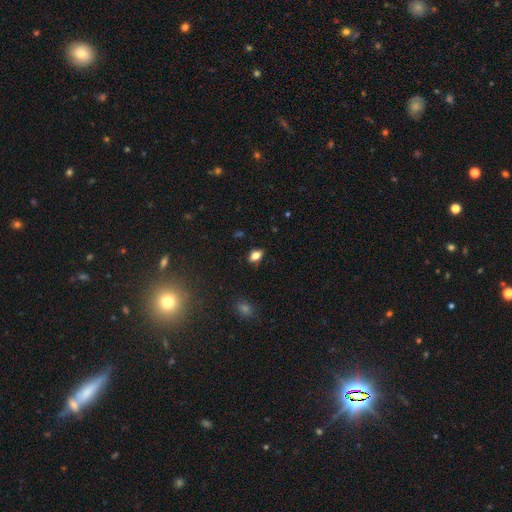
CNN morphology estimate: Smooth or featured: smooth — 78% (star or artifact — 11%)
How rounded: in between — 84% (round — 13%)
Merging: none — 83% (minor disturbance — 13%)